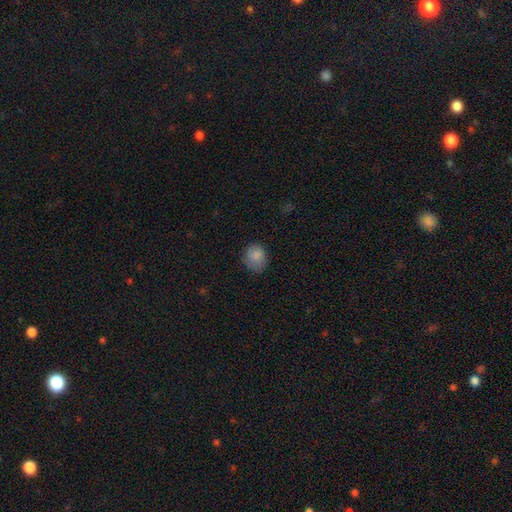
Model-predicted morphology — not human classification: Smooth or featured?
  - smooth: 84% *
  - star or artifact: 9%
  - featured or disk: 7%
How rounded?
  - round: 70% *
  - in between: 29%
  - cigar-shaped: 1%
Merging?
  - none: 72% *
  - minor disturbance: 22%
  - major disturbance: 6%
  - merger: 1%